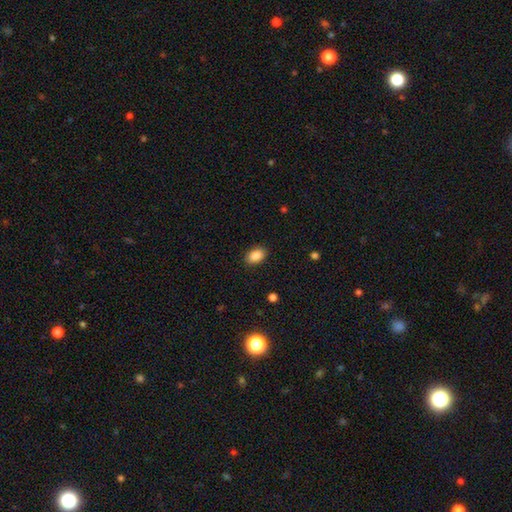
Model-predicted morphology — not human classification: A smooth galaxy with no disk features (88%) that is in between round and cigar-shaped (87%).

Vote fractions:
- Smooth or featured? smooth: 88% / star or artifact: 8% / featured or disk: 4%
- How rounded? in between: 87% / round: 11% / cigar-shaped: 1%
- Merging? none: 88% / minor disturbance: 9% / major disturbance: 2% / merger: 1%